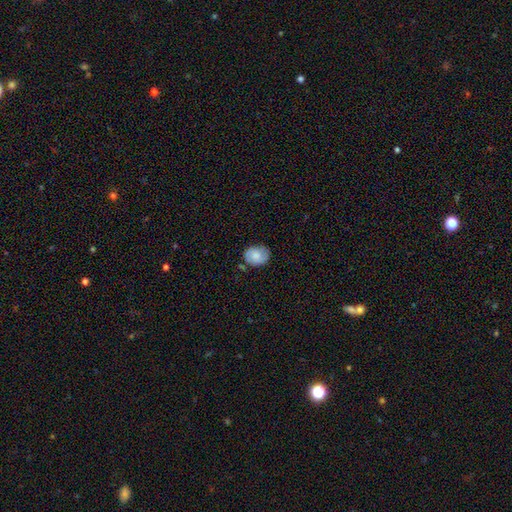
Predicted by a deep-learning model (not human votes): This is possibly a smooth galaxy (55%). How rounded: possibly in between (54%). Merging: likely none (72%).